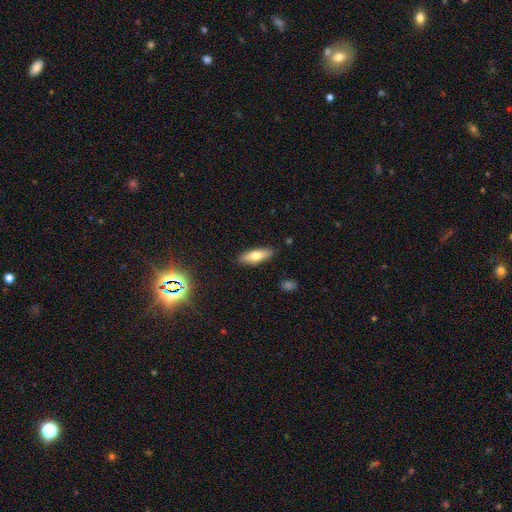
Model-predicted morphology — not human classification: This is likely a smooth galaxy (66%). How rounded: possibly in between (55%). Merging: clearly none (88%).